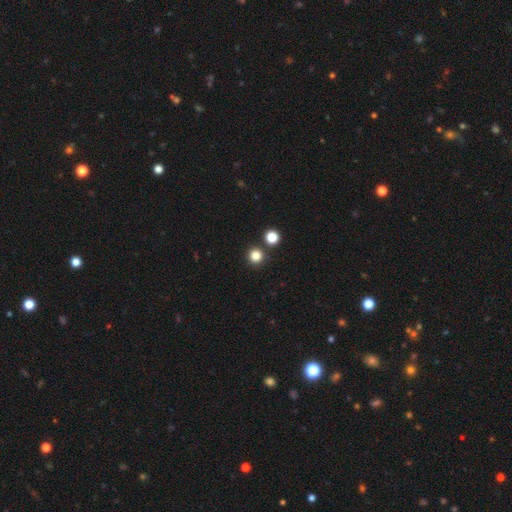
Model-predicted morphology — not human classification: type=smooth (82%); roundness=round (95%); merging=none (85%).